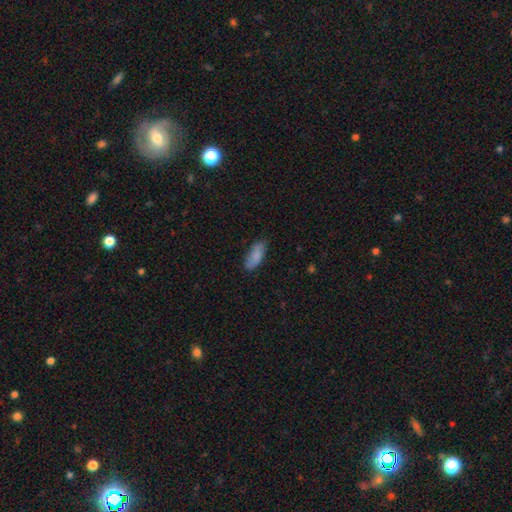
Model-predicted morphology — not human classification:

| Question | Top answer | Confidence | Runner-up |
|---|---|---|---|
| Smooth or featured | smooth | 83% | featured or disk (10%) |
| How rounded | in between | 78% | cigar-shaped (20%) |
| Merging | none | 74% | minor disturbance (20%) |